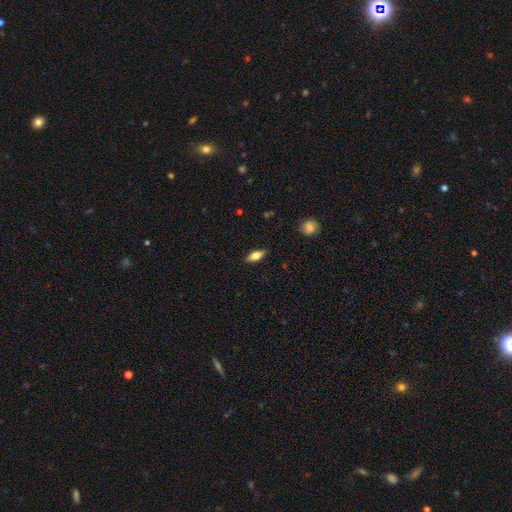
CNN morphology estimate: The model was most divided on "smooth or featured": smooth: 65%, featured or disk: 27%, star or artifact: 8%. More confident: merging — none (86%); how rounded — in between (76%).